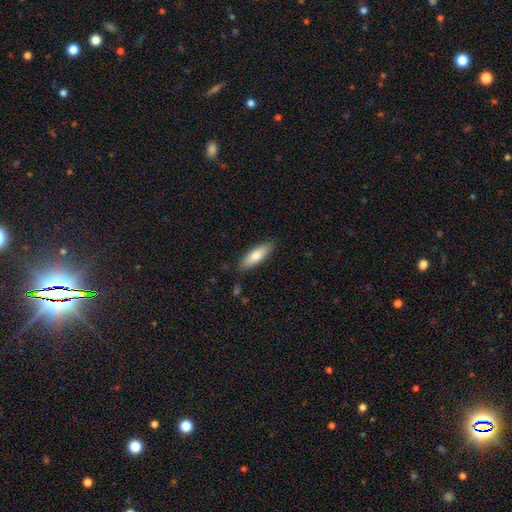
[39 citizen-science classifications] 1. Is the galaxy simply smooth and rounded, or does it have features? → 67% smooth, 23% featured or disk, 10% star or artifact.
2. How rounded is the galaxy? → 62% cigar-shaped, 38% in between, 0% round.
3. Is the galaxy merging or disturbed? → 83% none, 14% minor disturbance, 3% merger, 0% major disturbance.